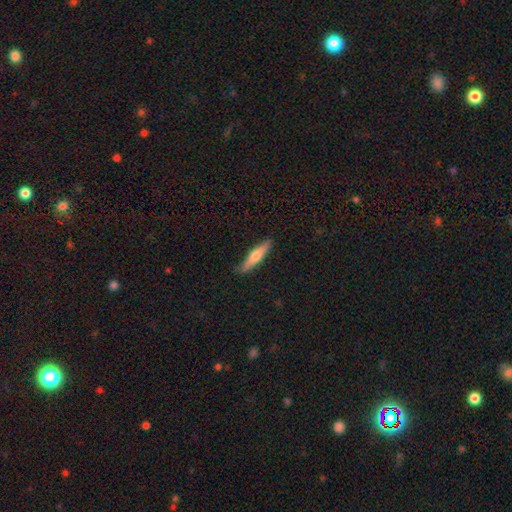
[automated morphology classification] Smooth or featured? smooth (55%)
How rounded? cigar-shaped (85%)
Merging? none (85%)